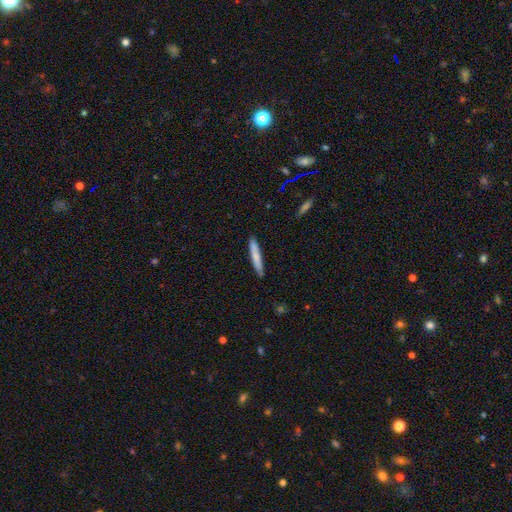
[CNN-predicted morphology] smooth 77%, featured or disk 17%, star or artifact 6%. Down the decision tree: how rounded — cigar-shaped (92%); merging — none (86%).